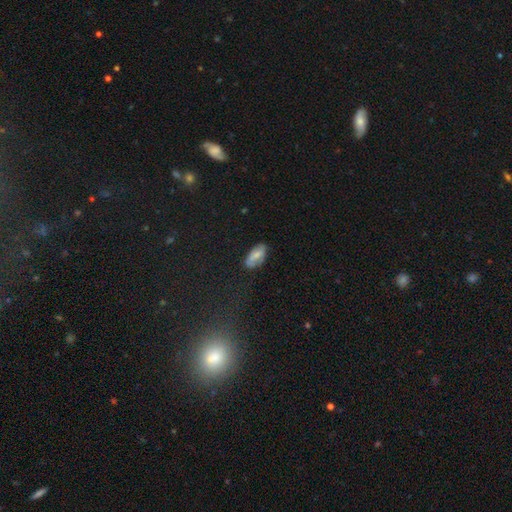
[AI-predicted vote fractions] Q: Smooth or featured?
A: smooth (62%); runner-up: featured or disk (29%)
Q: How rounded?
A: in between (92%); runner-up: cigar-shaped (5%)
Q: Merging?
A: none (72%); runner-up: minor disturbance (21%)